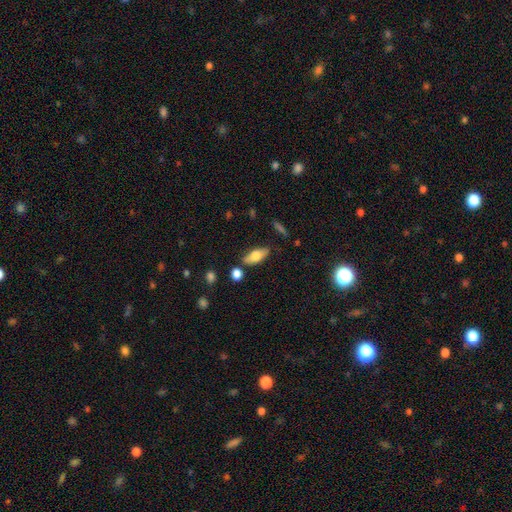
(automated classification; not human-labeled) A smooth galaxy with no disk features (70%) that is in between round and cigar-shaped (80%). Merging: none (77%).